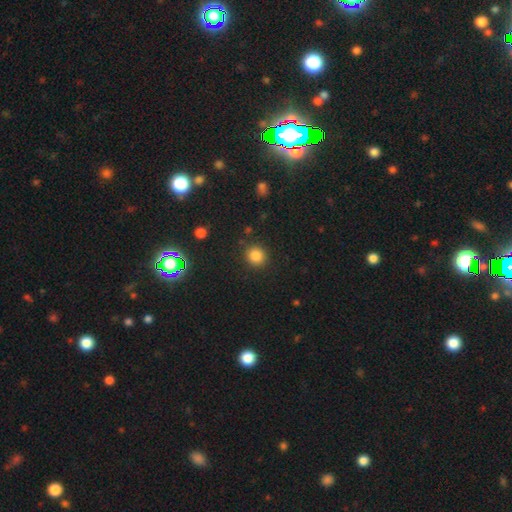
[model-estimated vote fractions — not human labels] A smooth galaxy with no disk features (84%) that is round (90%). Merging: none (88%).